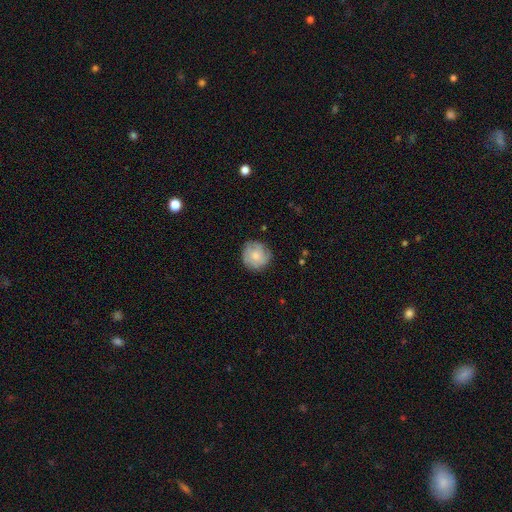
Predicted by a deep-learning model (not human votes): Q: Smooth or featured?
A: smooth (58%); runner-up: featured or disk (35%)
Q: How rounded?
A: round (93%); runner-up: in between (6%)
Q: Merging?
A: none (80%); runner-up: minor disturbance (15%)